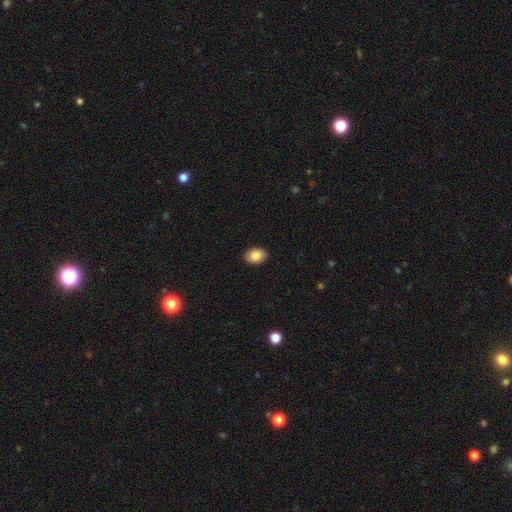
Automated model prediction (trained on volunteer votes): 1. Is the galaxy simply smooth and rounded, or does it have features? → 83% smooth, 9% featured or disk, 8% star or artifact.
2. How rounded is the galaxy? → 77% in between, 22% round, 1% cigar-shaped.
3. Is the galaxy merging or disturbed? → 90% none, 7% minor disturbance, 2% major disturbance, 1% merger.